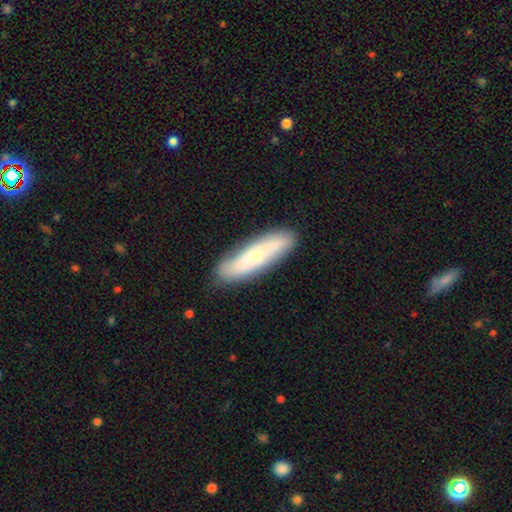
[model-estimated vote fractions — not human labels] smooth-or-featured: smooth: 48% | featured or disk: 46% | star or artifact: 6%
  merging: none: 84% | minor disturbance: 12% | major disturbance: 2% | merger: 2%